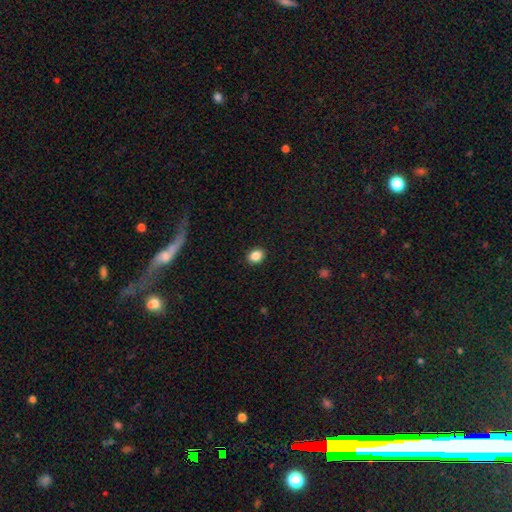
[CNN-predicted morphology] Smooth or featured: smooth — 86% (star or artifact — 10%)
How rounded: in between — 51% (round — 48%)
Merging: none — 91% (minor disturbance — 6%)